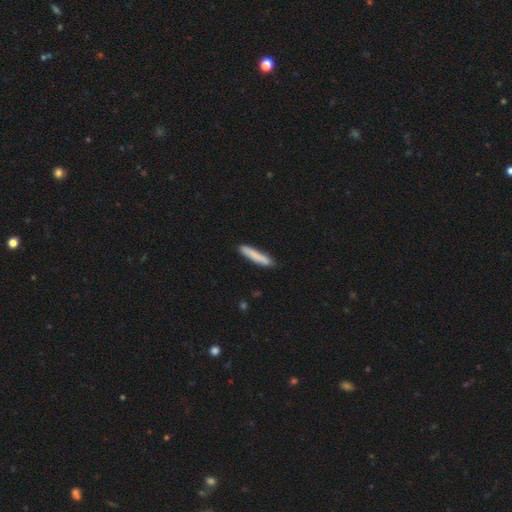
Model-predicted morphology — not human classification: Q: Smooth or featured?
A: smooth (82%); runner-up: featured or disk (12%)
Q: How rounded?
A: cigar-shaped (92%); runner-up: in between (7%)
Q: Merging?
A: none (85%); runner-up: minor disturbance (11%)